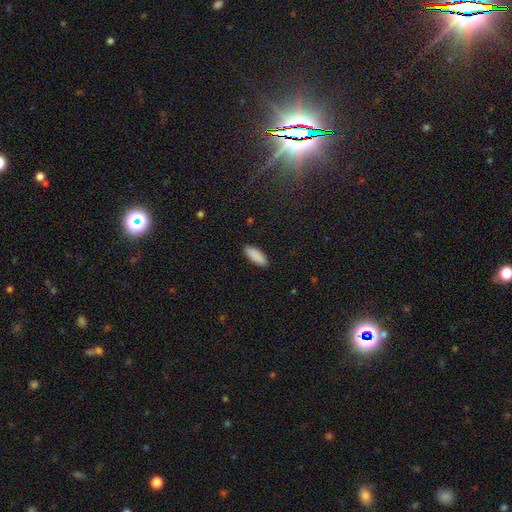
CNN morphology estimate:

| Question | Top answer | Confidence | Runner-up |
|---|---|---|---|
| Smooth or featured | smooth | 90% | star or artifact (6%) |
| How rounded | in between | 73% | cigar-shaped (25%) |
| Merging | none | 90% | minor disturbance (8%) |